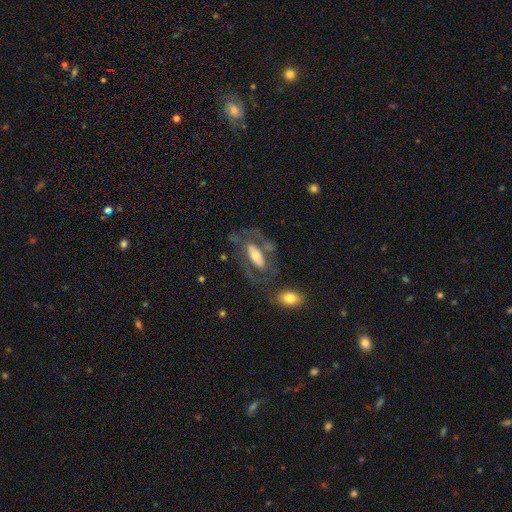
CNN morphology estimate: Smooth or featured? Predicted: featured or disk (p=0.60). Edge-on disk? Predicted: no (p=0.87). Bar? Predicted: no (p=0.51). Spiral arms? Predicted: no (p=0.51). Bulge size? Predicted: moderate (p=0.52). Merging? Predicted: none (p=0.55).